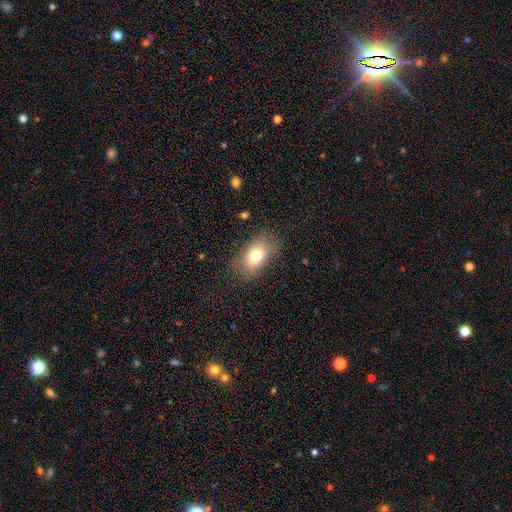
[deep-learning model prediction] The model was most divided on "smooth or featured": smooth: 74%, featured or disk: 15%, star or artifact: 10%. More confident: how rounded — in between (84%); merging — none (77%).